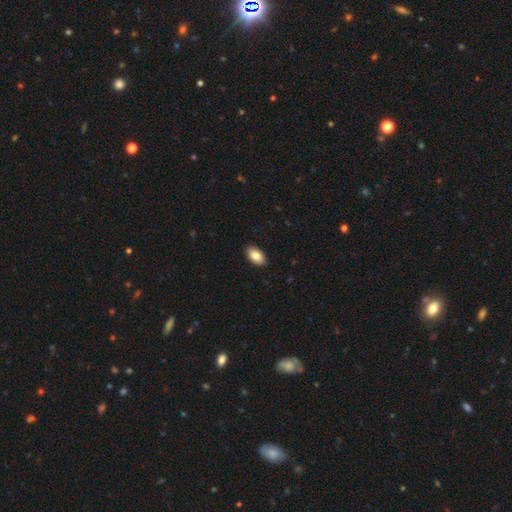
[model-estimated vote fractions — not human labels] This is clearly a smooth galaxy (86%). How rounded: clearly in between (94%). Merging: clearly none (91%).